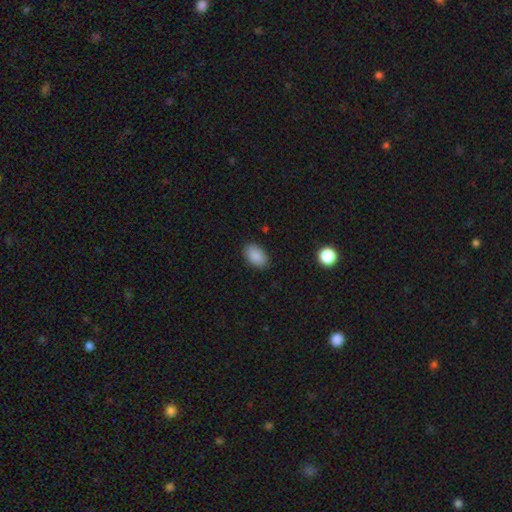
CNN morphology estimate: smooth-or-featured: smooth: 89% | star or artifact: 7% | featured or disk: 4%
  how-rounded: in between: 92% | round: 6% | cigar-shaped: 1%
  merging: none: 88% | minor disturbance: 9% | major disturbance: 2% | merger: 1%